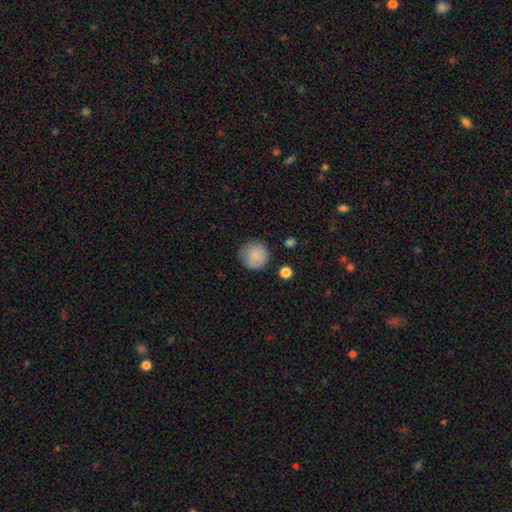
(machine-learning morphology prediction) Smooth or featured: smooth — 83% (featured or disk — 9%)
How rounded: round — 94% (in between — 5%)
Merging: none — 79% (minor disturbance — 15%)